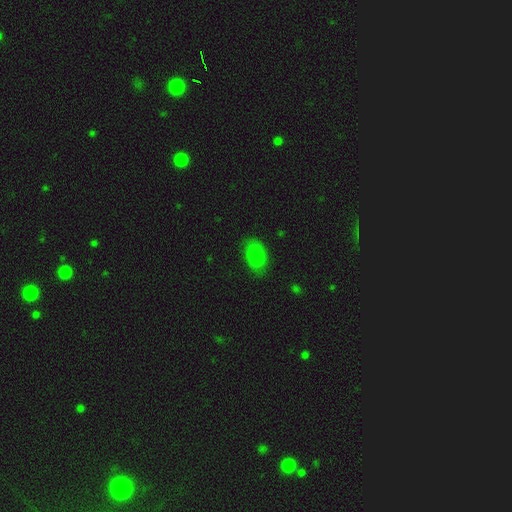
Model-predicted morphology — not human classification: This is clearly a smooth galaxy (83%). How rounded: clearly in between (88%). Merging: likely none (79%).